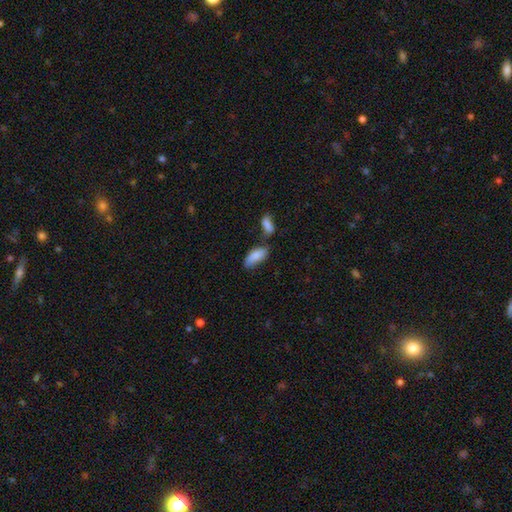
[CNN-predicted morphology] smooth_or_featured: smooth (p=0.84) [alt: featured or disk p=0.10]
how_rounded: in between (p=0.85) [alt: cigar-shaped p=0.13]
merging: none (p=0.52) [alt: merger p=0.23]